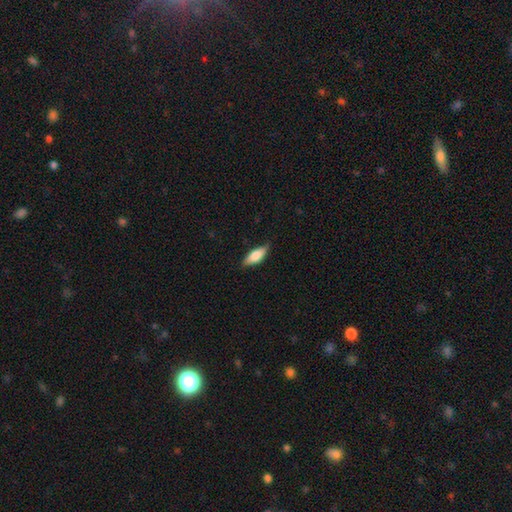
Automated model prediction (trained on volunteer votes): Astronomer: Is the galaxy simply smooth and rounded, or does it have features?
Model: smooth — 74%.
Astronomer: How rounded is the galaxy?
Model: in between — 71%.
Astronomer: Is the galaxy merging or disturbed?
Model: none — 76%.